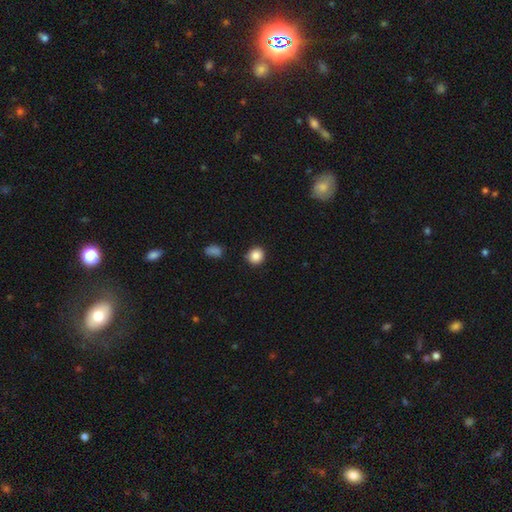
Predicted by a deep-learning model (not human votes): Smooth or featured? smooth (87%)
How rounded? round (86%)
Merging? none (89%)